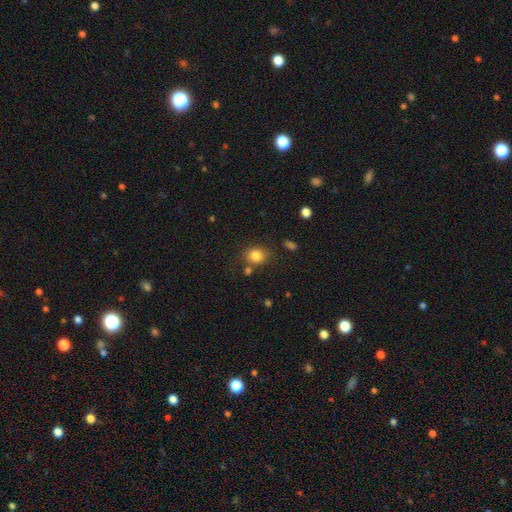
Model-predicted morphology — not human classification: Smooth or featured?
  - smooth: 82% *
  - star or artifact: 11%
  - featured or disk: 7%
How rounded?
  - round: 66% *
  - in between: 33%
  - cigar-shaped: 1%
Merging?
  - none: 73% *
  - minor disturbance: 13%
  - merger: 9%
  - major disturbance: 4%